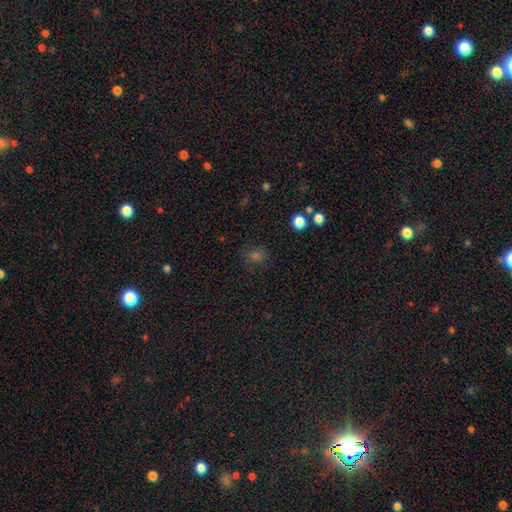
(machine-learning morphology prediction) A smooth galaxy with no disk features (63%) that is round (63%). Merging: none (80%).